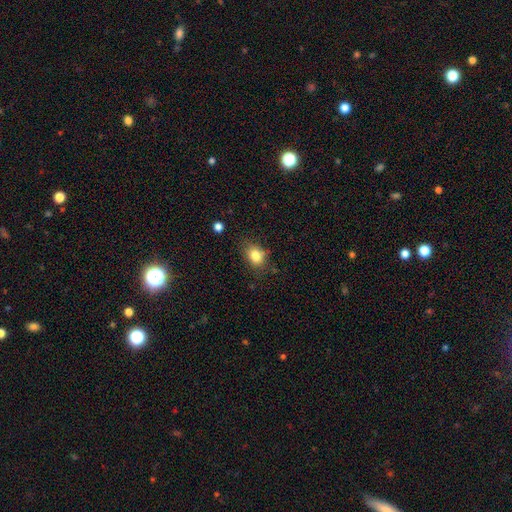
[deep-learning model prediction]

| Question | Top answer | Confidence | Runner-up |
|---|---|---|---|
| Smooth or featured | smooth | 82% | star or artifact (10%) |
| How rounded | in between | 62% | round (37%) |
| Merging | none | 73% | minor disturbance (19%) |